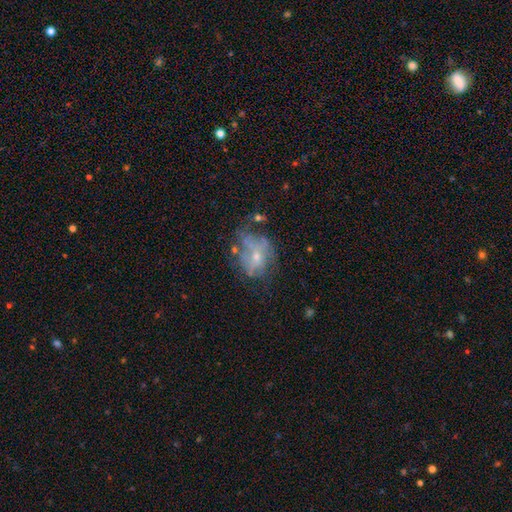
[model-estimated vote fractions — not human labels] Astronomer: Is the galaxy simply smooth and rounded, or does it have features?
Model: featured or disk — 58%.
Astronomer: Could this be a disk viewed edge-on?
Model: no — 97%.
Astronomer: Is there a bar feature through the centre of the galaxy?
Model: no — 78%.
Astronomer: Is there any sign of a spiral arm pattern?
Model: no — 63%.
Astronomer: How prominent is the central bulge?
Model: small — 61%.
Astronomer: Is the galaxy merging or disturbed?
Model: none — 41% (runner-up: major disturbance, 29%).